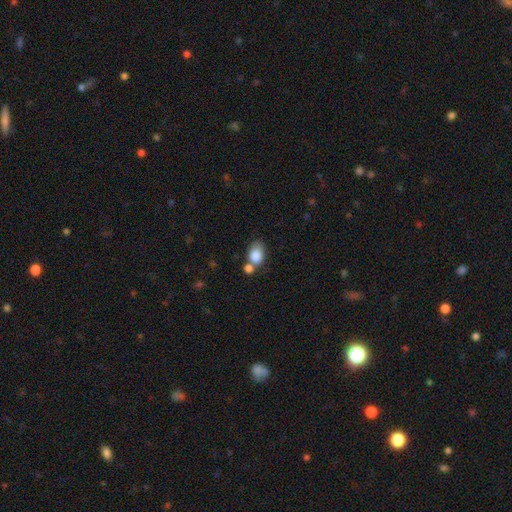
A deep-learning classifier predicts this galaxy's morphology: The model was most divided on "merging": none: 44%, merger: 32%, minor disturbance: 17%, major disturbance: 7%. More confident: smooth or featured — smooth (84%); how rounded — in between (79%).